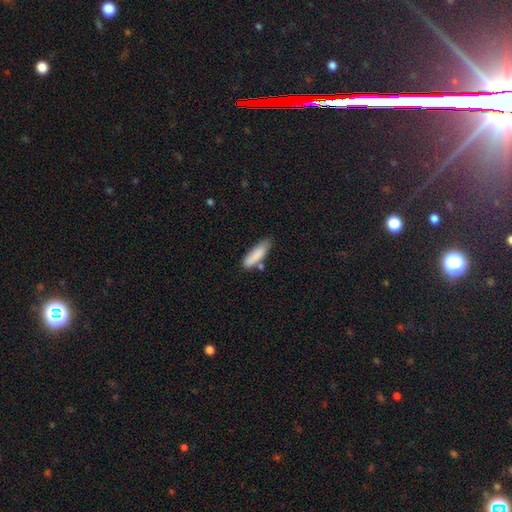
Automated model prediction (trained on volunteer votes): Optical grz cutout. It shows a smooth galaxy with no disk features (85%) that is cigar-shaped (57%). Merging: none (61%).